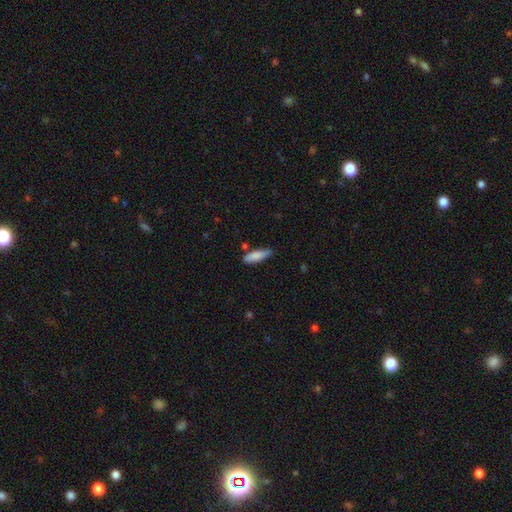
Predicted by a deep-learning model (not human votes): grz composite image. It shows a smooth galaxy with no disk features (83%) that is cigar-shaped (55%). Merging: none (70%).